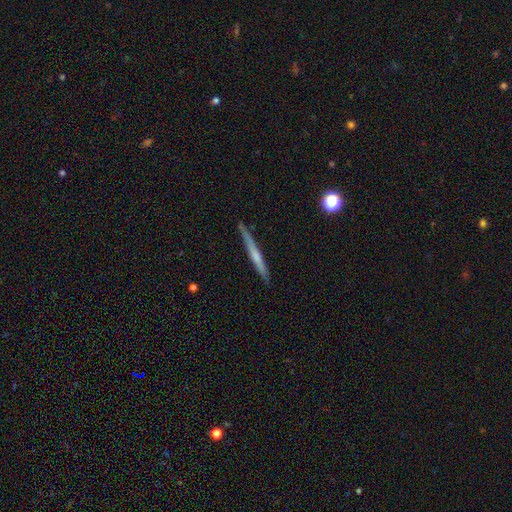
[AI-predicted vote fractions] This is possibly a featured or disk galaxy (54%). It is clearly viewed edge-on (97%). Edge-on bulge: possibly none (57%). Merging: clearly none (89%).